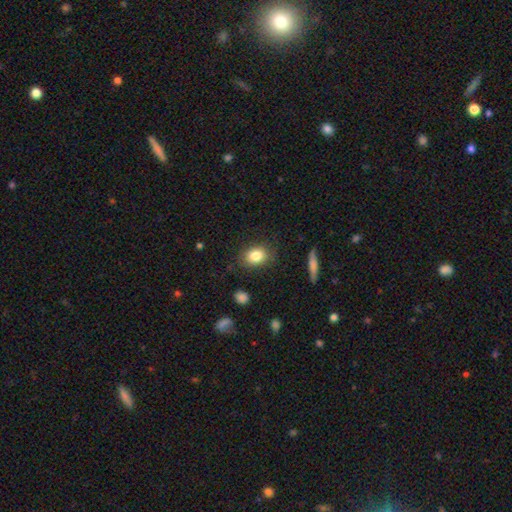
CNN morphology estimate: smooth 83%, star or artifact 9%, featured or disk 8%. Down the decision tree: how rounded — in between (60%); merging — none (82%).